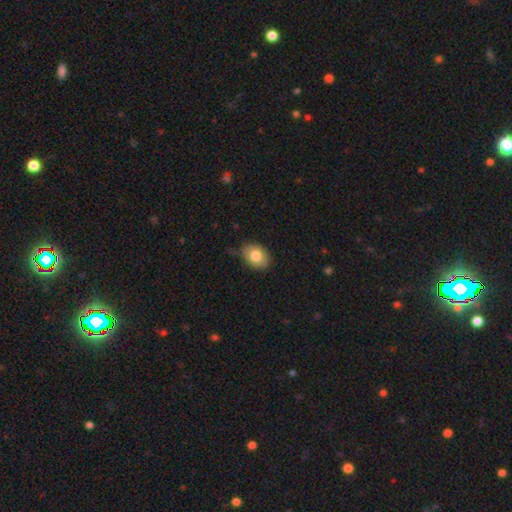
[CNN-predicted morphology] smooth 80%, featured or disk 13%, star or artifact 8%. Down the decision tree: how rounded — in between (70%); merging — none (74%).